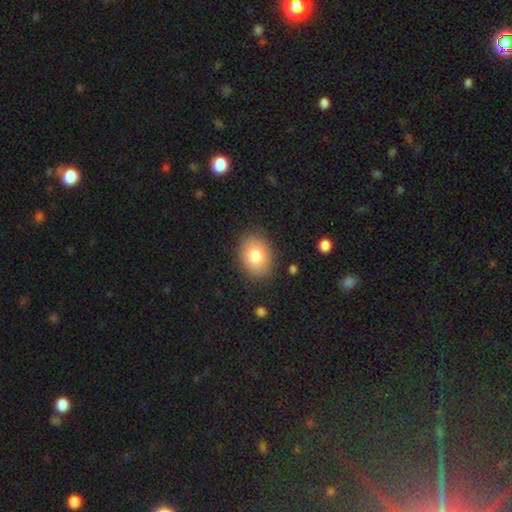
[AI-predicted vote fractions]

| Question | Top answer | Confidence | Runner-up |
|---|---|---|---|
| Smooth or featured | smooth | 79% | featured or disk (12%) |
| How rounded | in between | 65% | round (34%) |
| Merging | none | 85% | minor disturbance (10%) |